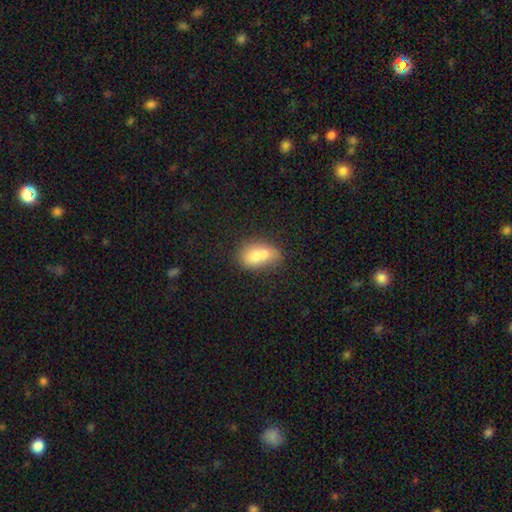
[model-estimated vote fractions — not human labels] smooth_or_featured: smooth (p=0.70) [alt: featured or disk p=0.22]
how_rounded: in between (p=0.76) [alt: round p=0.21]
merging: merger (p=0.53) [alt: none p=0.29]